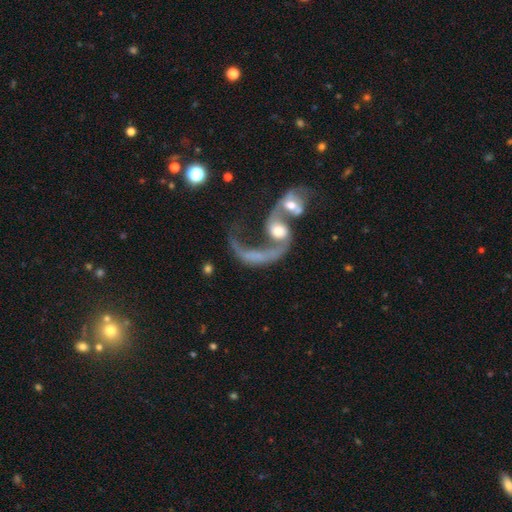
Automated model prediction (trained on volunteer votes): smooth-or-featured: featured or disk: 70% | smooth: 21% | star or artifact: 9%
  disk-edge-on: no: 95% | yes: 5%
    bar: no: 65% | weak: 25% | strong: 10%
    has-spiral-arms: yes: 74% | no: 26%
    bulge-size: moderate: 48% | small: 26% | none: 12% | large: 12% | dominant: 3%
  merging: merger: 68% | major disturbance: 18% | none: 9% | minor disturbance: 5%